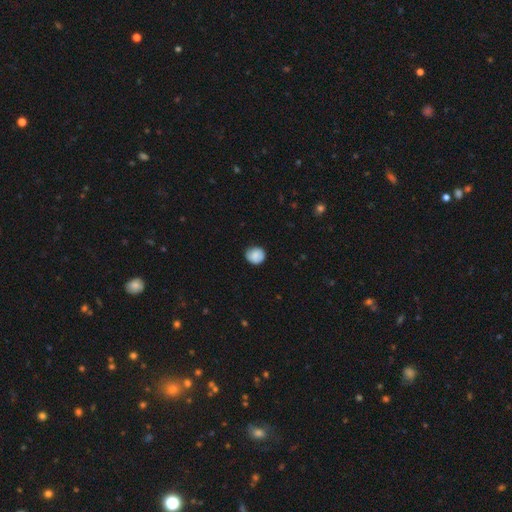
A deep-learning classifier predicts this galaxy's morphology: This is clearly a smooth galaxy (82%). How rounded: clearly round (84%). Merging: likely none (79%).